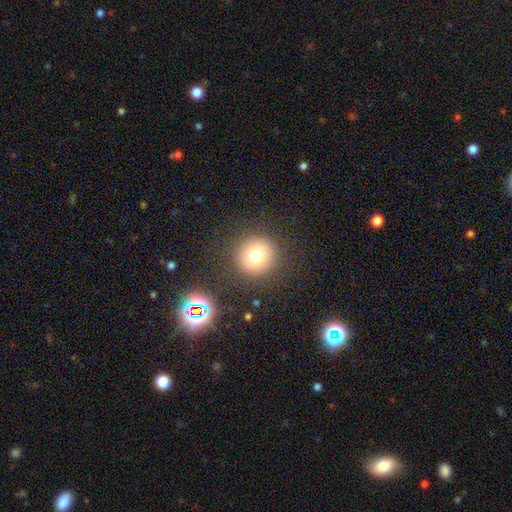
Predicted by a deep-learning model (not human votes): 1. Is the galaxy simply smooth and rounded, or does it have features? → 74% smooth, 15% star or artifact, 11% featured or disk.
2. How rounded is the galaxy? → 94% round, 6% in between, 1% cigar-shaped.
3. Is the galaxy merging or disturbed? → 87% none, 7% minor disturbance, 4% major disturbance, 2% merger.